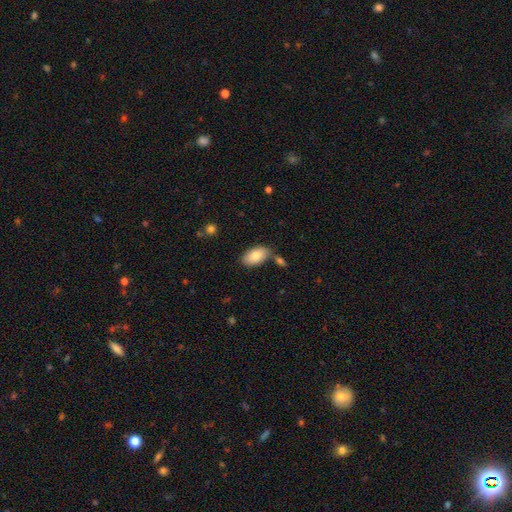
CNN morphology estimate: This appears to be a smooth galaxy with no disk features (84%) that is in between round and cigar-shaped (95%). Merging: none (74%).